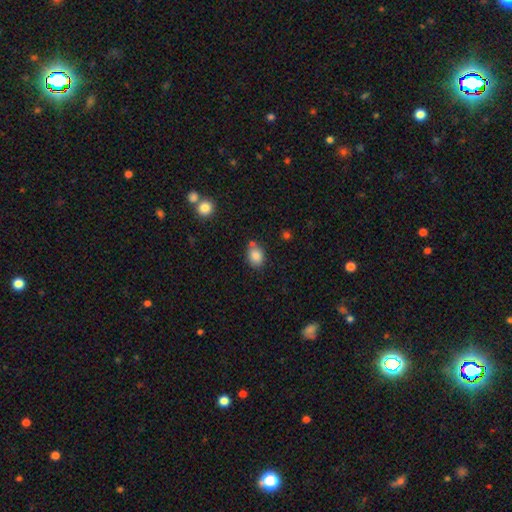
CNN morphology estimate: smooth-or-featured: smooth: 85% | star or artifact: 9% | featured or disk: 6%
  how-rounded: in between: 58% | round: 41% | cigar-shaped: 1%
  merging: none: 69% | minor disturbance: 15% | merger: 12% | major disturbance: 4%